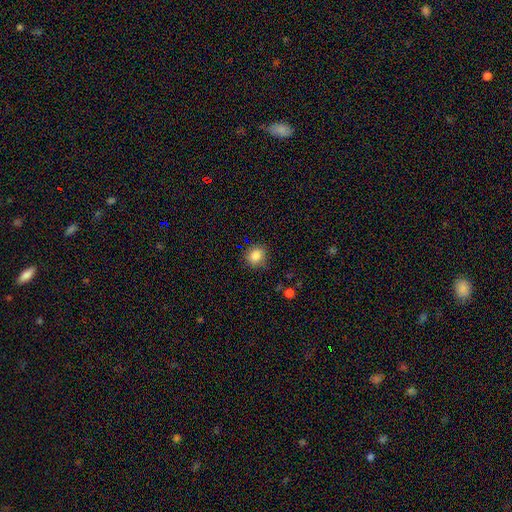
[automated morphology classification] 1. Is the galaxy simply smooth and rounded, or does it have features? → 85% smooth, 10% star or artifact, 5% featured or disk.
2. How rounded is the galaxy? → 81% round, 18% in between, 1% cigar-shaped.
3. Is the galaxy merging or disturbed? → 85% none, 11% minor disturbance, 3% major disturbance, 1% merger.